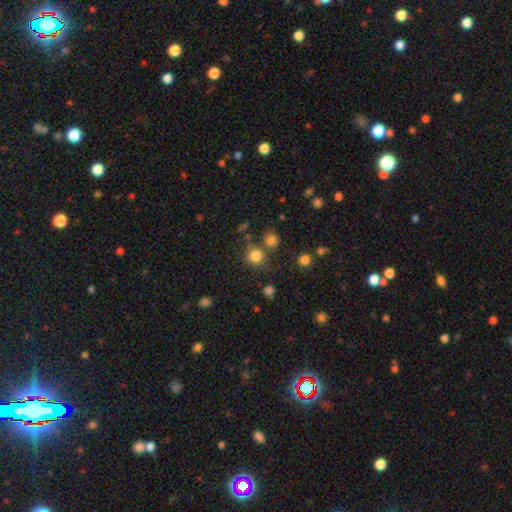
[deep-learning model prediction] Overall: smooth (81%). How rounded: round (90%). Merging: none (73%).